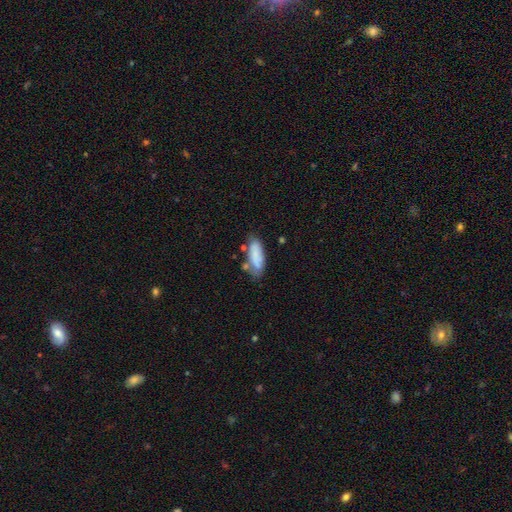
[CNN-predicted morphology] This is likely a smooth galaxy (80%). How rounded: likely in between (67%). Merging: possibly none (59%).